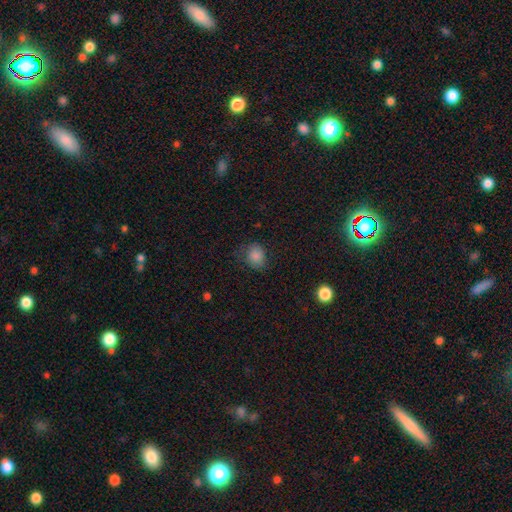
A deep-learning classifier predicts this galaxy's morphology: smooth-or-featured: smooth: 83% | star or artifact: 10% | featured or disk: 7%
  how-rounded: round: 67% | in between: 32% | cigar-shaped: 1%
  merging: none: 65% | minor disturbance: 24% | major disturbance: 9% | merger: 1%